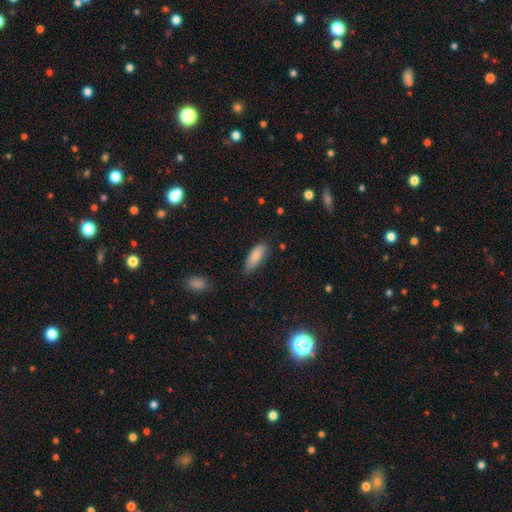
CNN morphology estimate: Smooth or featured? smooth (83%)
How rounded? in between (73%)
Merging? none (75%)